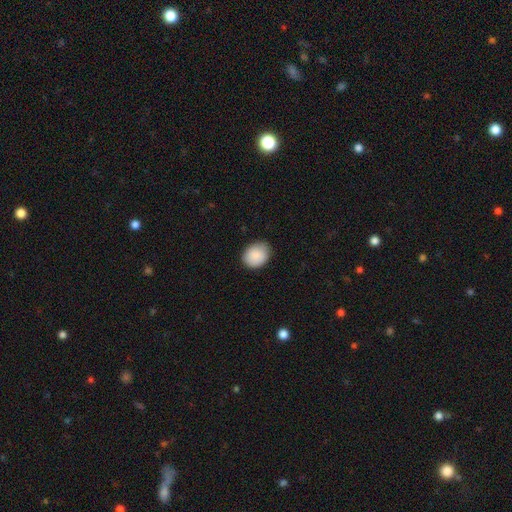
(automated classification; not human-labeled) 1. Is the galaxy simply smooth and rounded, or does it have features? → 88% smooth, 7% star or artifact, 5% featured or disk.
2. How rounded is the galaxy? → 53% round, 46% in between, 1% cigar-shaped.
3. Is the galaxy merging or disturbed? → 82% none, 15% minor disturbance, 2% major disturbance, 1% merger.